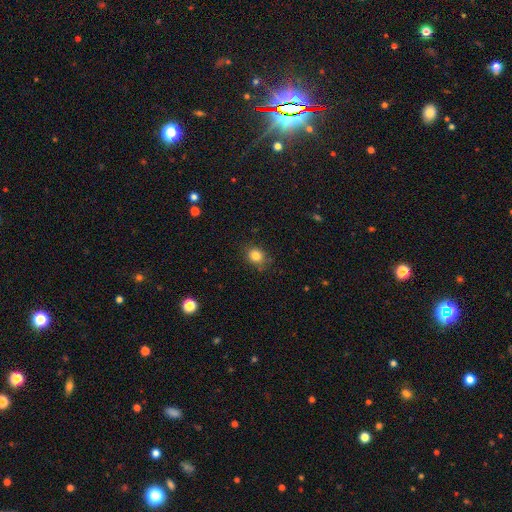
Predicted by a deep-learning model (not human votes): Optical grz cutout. It shows a smooth galaxy with no disk features (83%) that is round (67%). Merging: none (82%).